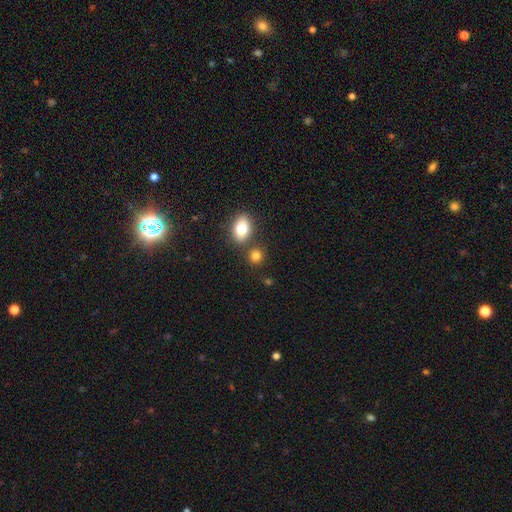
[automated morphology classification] smooth_or_featured: smooth (p=0.82) [alt: star or artifact p=0.11]
how_rounded: round (p=0.69) [alt: in between p=0.30]
merging: none (p=0.73) [alt: merger p=0.15]